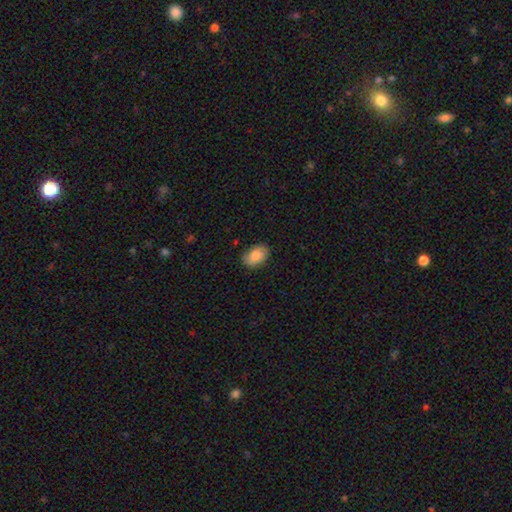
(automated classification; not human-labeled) This is clearly a smooth galaxy (86%). How rounded: clearly in between (88%). Merging: clearly none (81%).